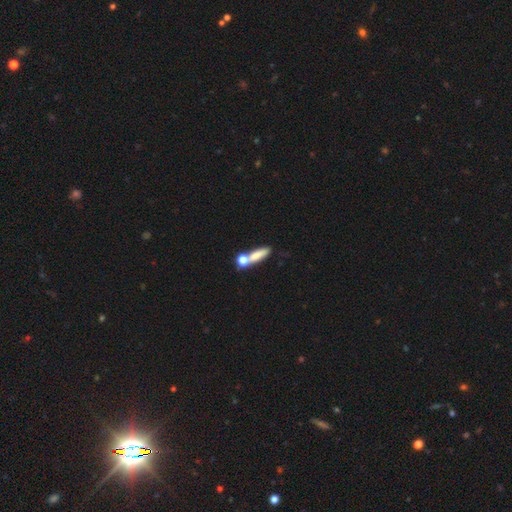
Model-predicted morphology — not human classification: Smooth or featured? smooth (71%)
How rounded? cigar-shaped (44%)
Merging? none (47%)